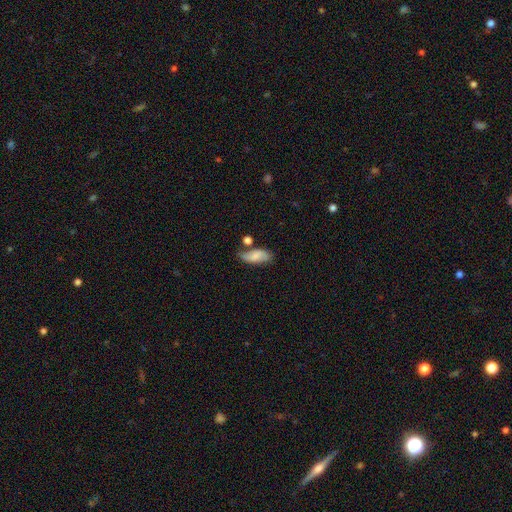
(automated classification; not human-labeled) A smooth galaxy with no disk features (62%) that is in between round and cigar-shaped (86%). Merging: none (48%).